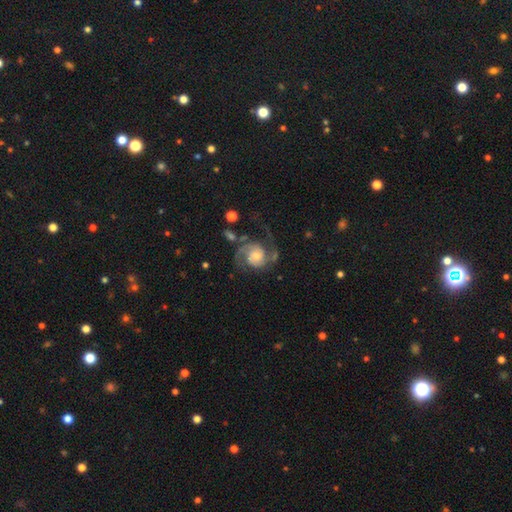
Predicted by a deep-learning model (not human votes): smooth_or_featured: featured or disk (p=0.87) [alt: smooth p=0.08]
disk_edge_on: no (p=0.98) [alt: yes p=0.02]
bar: no (p=0.68) [alt: weak p=0.26]
has_spiral_arms: yes (p=0.97) [alt: no p=0.03]
spiral_winding: medium (p=0.52) [alt: loose p=0.25]
spiral_arm_count: 2 (p=0.85) [alt: 3 p=0.05]
bulge_size: small (p=0.43) [alt: moderate p=0.40]
merging: none (p=0.61) [alt: major disturbance p=0.18]